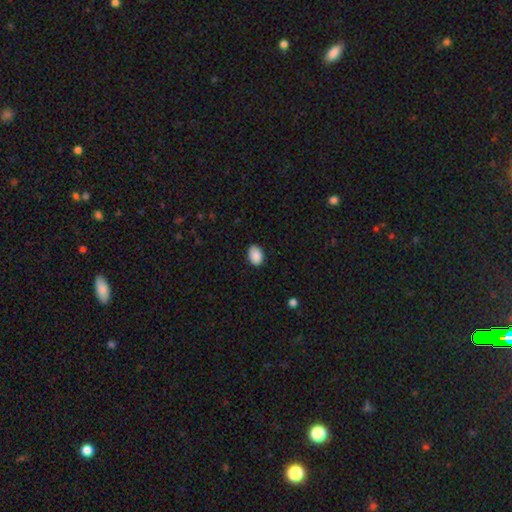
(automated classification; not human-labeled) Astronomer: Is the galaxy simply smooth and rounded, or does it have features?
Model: smooth — 89%.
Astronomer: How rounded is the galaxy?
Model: in between — 83%.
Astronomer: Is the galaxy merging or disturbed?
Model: none — 82%.